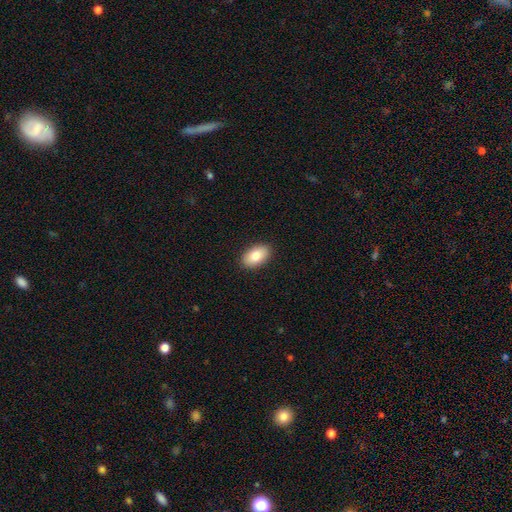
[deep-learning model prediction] Overall: smooth (82%). How rounded: in between (93%). Merging: none (90%).